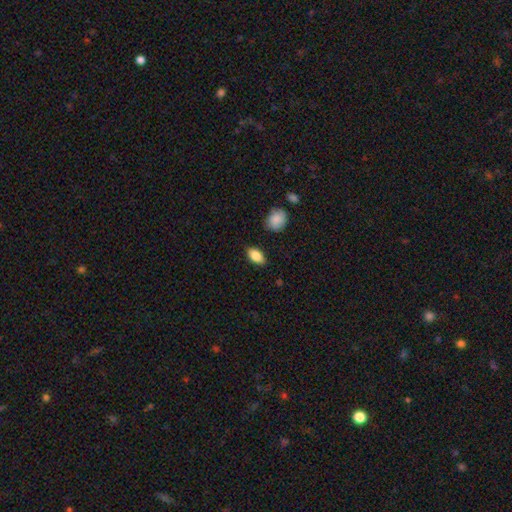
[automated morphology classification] A smooth galaxy with no disk features (85%) that is in between round and cigar-shaped (90%).

Vote fractions:
- Smooth or featured? smooth: 85% / featured or disk: 8% / star or artifact: 8%
- How rounded? in between: 90% / round: 6% / cigar-shaped: 4%
- Merging? none: 86% / minor disturbance: 10% / major disturbance: 2% / merger: 2%